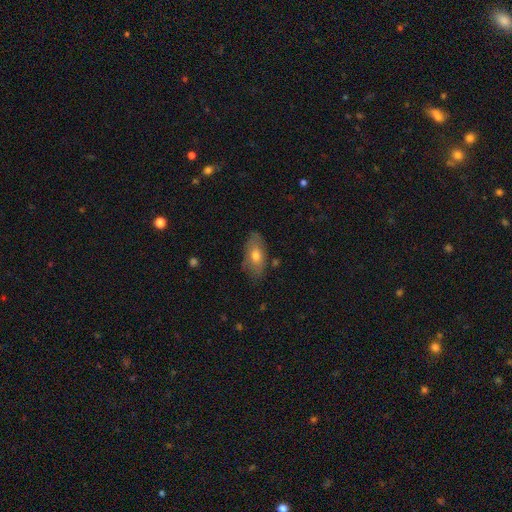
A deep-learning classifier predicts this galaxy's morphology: smooth_or_featured: smooth (p=0.63) [alt: featured or disk p=0.30]
how_rounded: in between (p=0.88) [alt: cigar-shaped p=0.07]
merging: none (p=0.73) [alt: minor disturbance p=0.21]